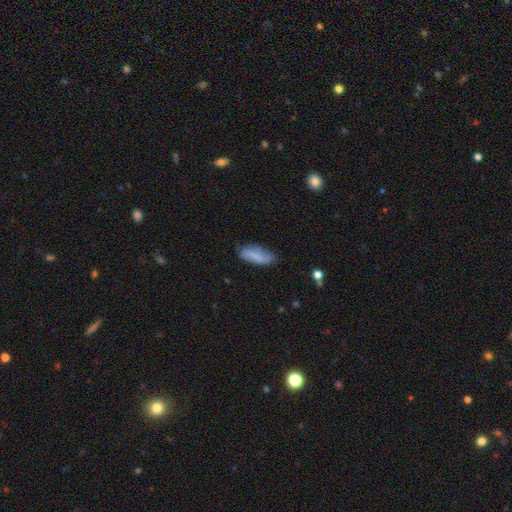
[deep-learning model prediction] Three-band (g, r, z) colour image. It shows a smooth galaxy with no disk features (64%) that is in between round and cigar-shaped (74%). Merging: none (64%).